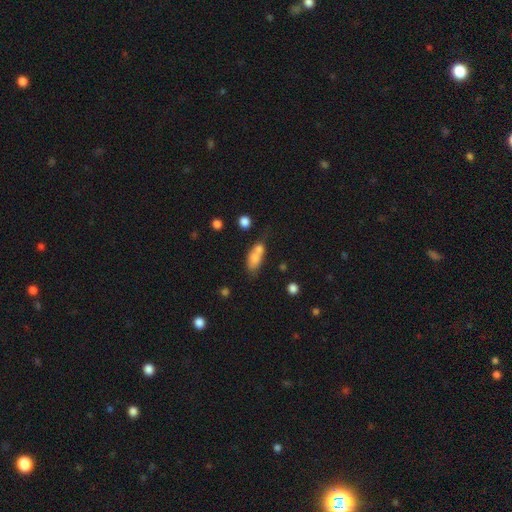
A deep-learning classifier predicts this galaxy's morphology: Overall: smooth (72%). How rounded: in between (76%). Merging: merger (48%; none 29%).